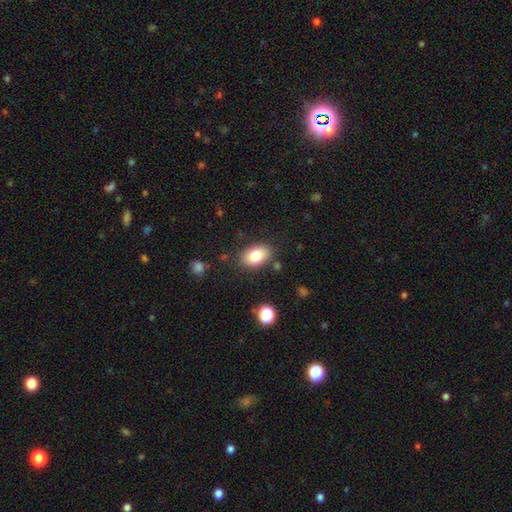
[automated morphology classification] Overall: smooth (80%). How rounded: in between (86%). Merging: none (83%).